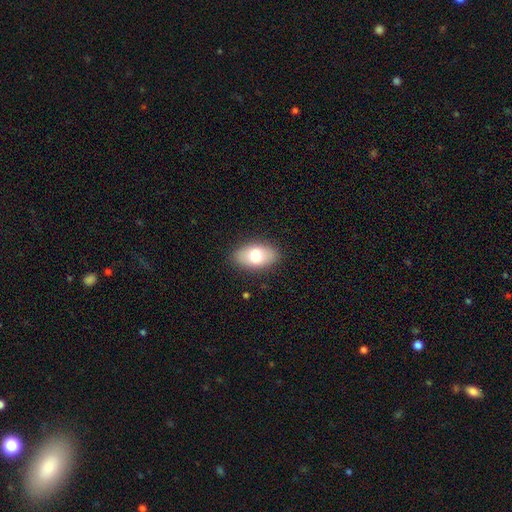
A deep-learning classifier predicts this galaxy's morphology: Smooth or featured?
  - smooth: 72% *
  - featured or disk: 21%
  - star or artifact: 7%
How rounded?
  - in between: 91% *
  - round: 7%
  - cigar-shaped: 2%
Merging?
  - none: 86% *
  - minor disturbance: 10%
  - major disturbance: 3%
  - merger: 1%